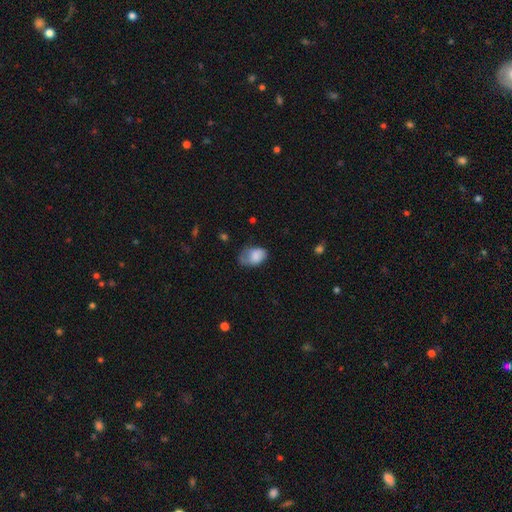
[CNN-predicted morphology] Smooth or featured? Predicted: smooth (p=0.78). How rounded? Predicted: in between (p=0.84). Merging? Predicted: none (p=0.40).